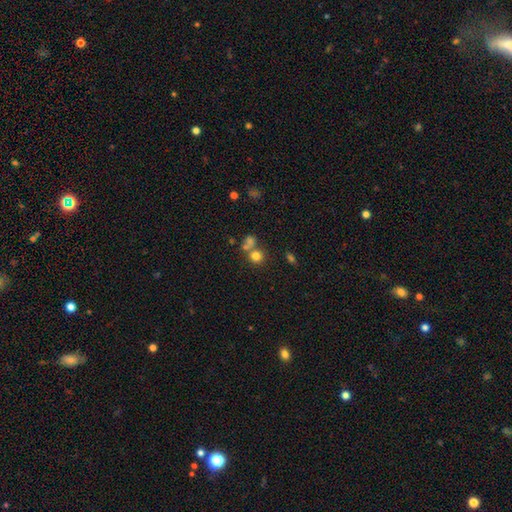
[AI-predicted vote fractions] smooth_or_featured: smooth (p=0.75) [alt: star or artifact p=0.15]
how_rounded: round (p=0.85) [alt: in between p=0.14]
merging: none (p=0.52) [alt: merger p=0.36]